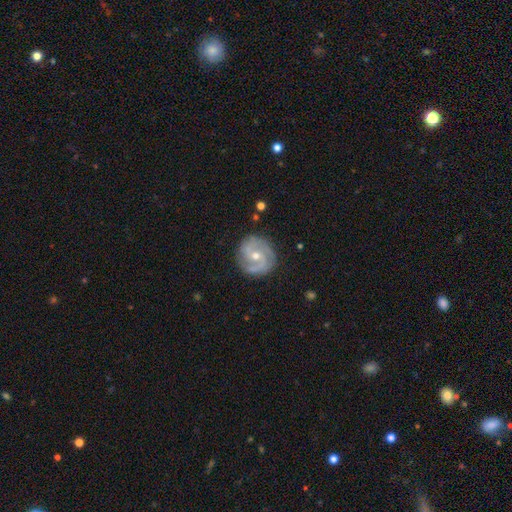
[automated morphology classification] Overall: featured or disk (85%). Edge-on disk: no (97%). Bar: no (52%; weak 37%). Spiral arms: yes (96%). Spiral arm count: 2 (67%). Spiral winding: tight (47%; medium 42%). Bulge size: moderate (50%; small 47%). Merging: none (82%).